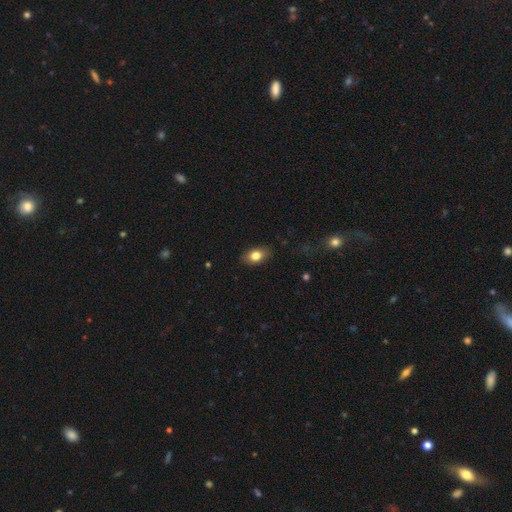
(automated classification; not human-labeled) This is clearly a smooth galaxy (81%). How rounded: clearly in between (82%). Merging: clearly none (85%).